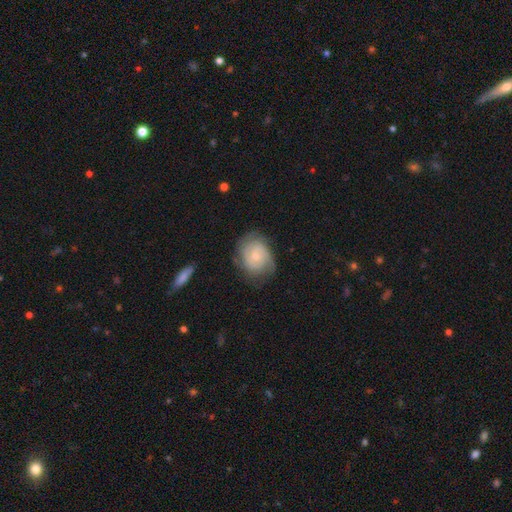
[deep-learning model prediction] This appears to be a featured or disk galaxy (68%) with no bar (74%), 2 (40%) tight (62%) spiral arms (88%) and a small central bulge (60%). Merging: none (67%).